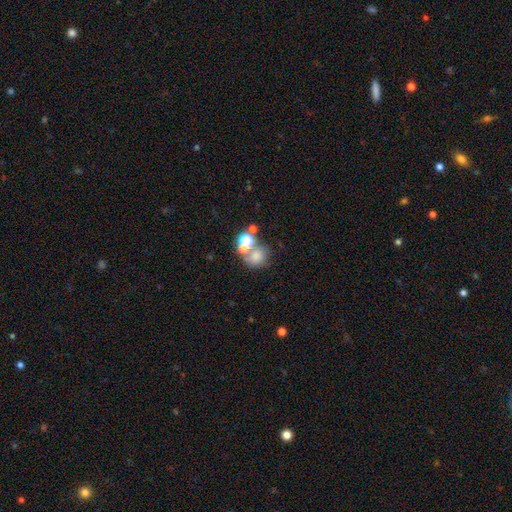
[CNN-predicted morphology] A smooth galaxy with no disk features (64%) that is round (71%). Merging: merger (44%).